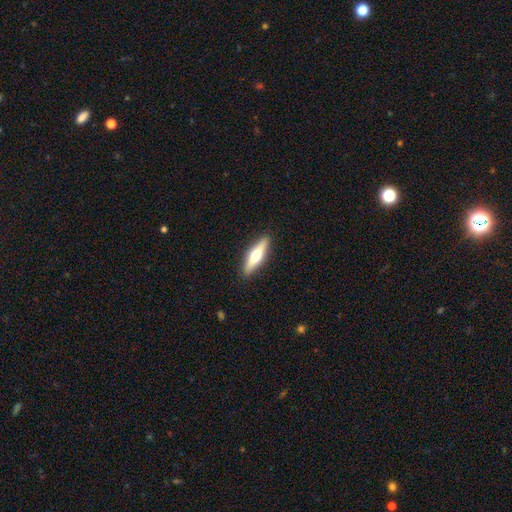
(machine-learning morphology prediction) The model was most divided on "smooth or featured": featured or disk: 48%, smooth: 47%, star or artifact: 6%. More confident: merging — none (90%).